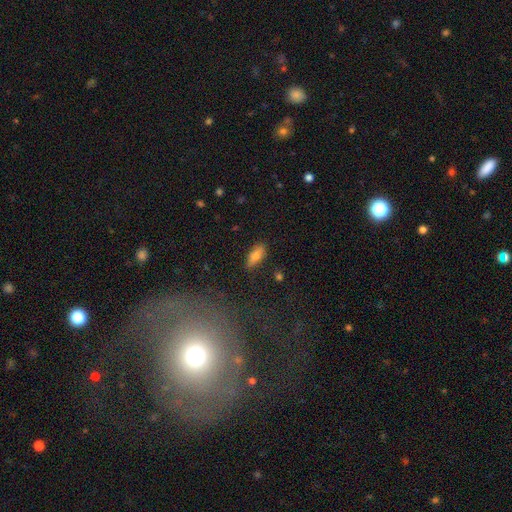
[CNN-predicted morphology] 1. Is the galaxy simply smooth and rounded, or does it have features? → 77% smooth, 15% featured or disk, 8% star or artifact.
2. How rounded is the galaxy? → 78% in between, 19% cigar-shaped, 3% round.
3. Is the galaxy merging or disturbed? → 84% none, 12% minor disturbance, 3% major disturbance, 2% merger.